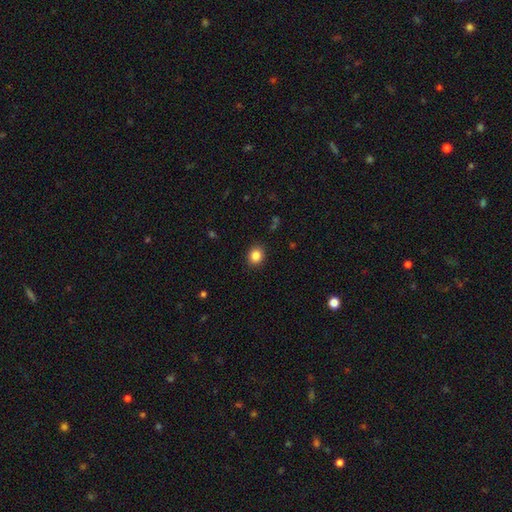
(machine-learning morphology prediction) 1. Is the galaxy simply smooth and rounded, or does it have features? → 85% smooth, 10% star or artifact, 4% featured or disk.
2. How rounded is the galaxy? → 76% round, 23% in between, 1% cigar-shaped.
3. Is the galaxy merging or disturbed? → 90% none, 7% minor disturbance, 2% major disturbance, 1% merger.